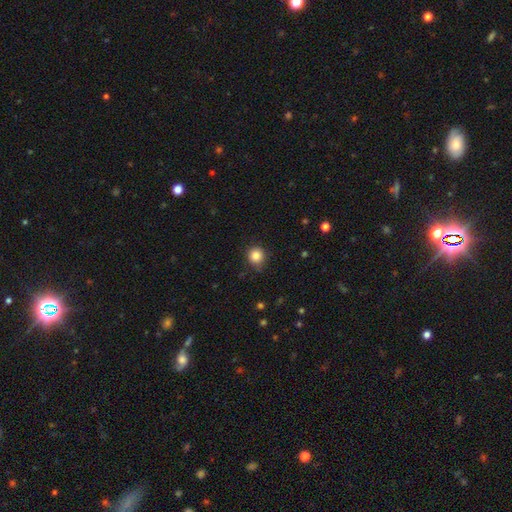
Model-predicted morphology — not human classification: A smooth galaxy with no disk features (85%) that is round (91%). Merging: none (83%).